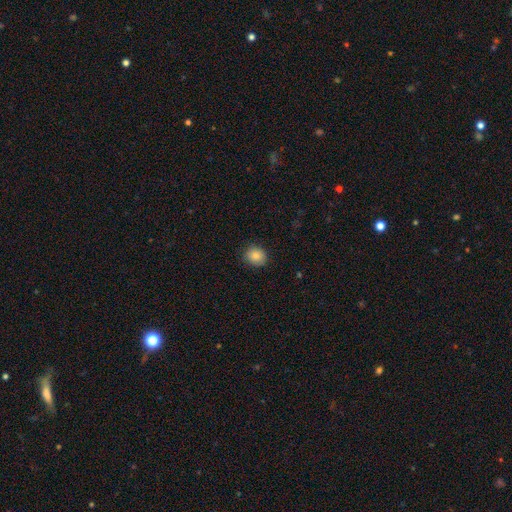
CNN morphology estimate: smooth_or_featured: smooth (p=0.84) [alt: star or artifact p=0.09]
how_rounded: round (p=0.76) [alt: in between p=0.23]
merging: none (p=0.85) [alt: minor disturbance p=0.11]